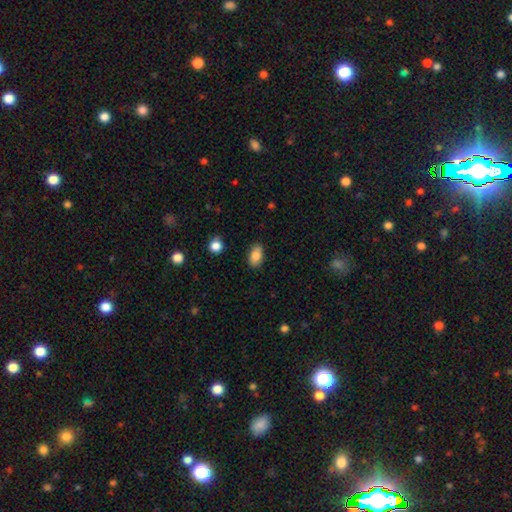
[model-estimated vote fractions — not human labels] A smooth galaxy with no disk features (83%) that is in between round and cigar-shaped (89%). Merging: none (81%).